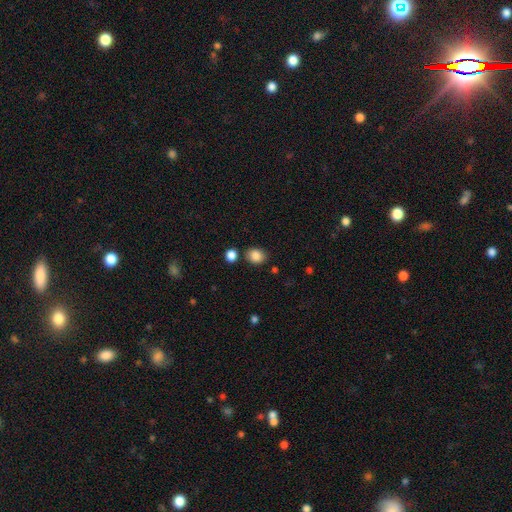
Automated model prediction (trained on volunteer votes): Smooth or featured: smooth — 86% (star or artifact — 10%)
How rounded: round — 52% (in between — 47%)
Merging: none — 79% (minor disturbance — 11%)